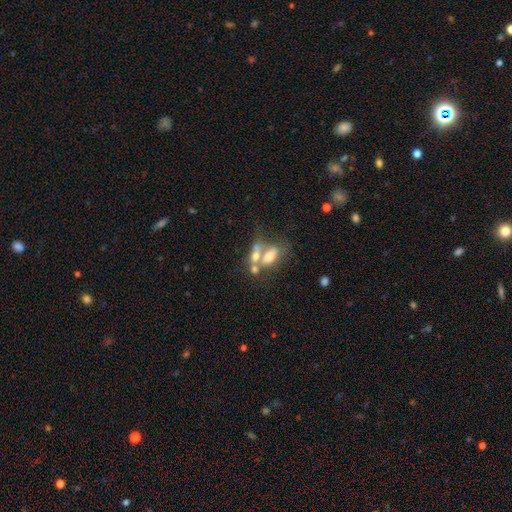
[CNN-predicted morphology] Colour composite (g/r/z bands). It shows a smooth galaxy with no disk features (55%) that is in between round and cigar-shaped (75%). Merging: merger (56%).